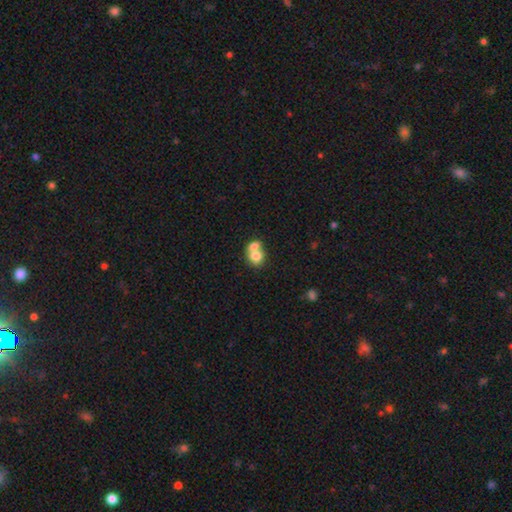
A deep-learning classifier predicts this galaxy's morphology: Smooth or featured?
  - smooth: 73% *
  - featured or disk: 18%
  - star or artifact: 9%
How rounded?
  - round: 64% *
  - in between: 35%
  - cigar-shaped: 1%
Merging?
  - merger: 67% *
  - none: 25%
  - minor disturbance: 6%
  - major disturbance: 3%